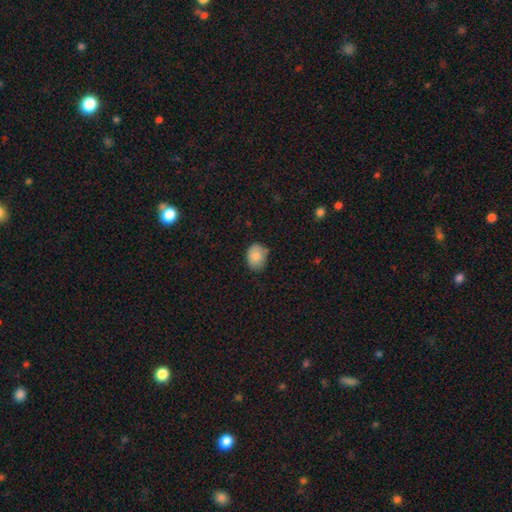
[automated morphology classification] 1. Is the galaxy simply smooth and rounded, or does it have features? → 84% smooth, 8% featured or disk, 8% star or artifact.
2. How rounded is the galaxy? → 60% in between, 39% round, 1% cigar-shaped.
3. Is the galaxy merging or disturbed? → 73% none, 22% minor disturbance, 3% major disturbance, 2% merger.